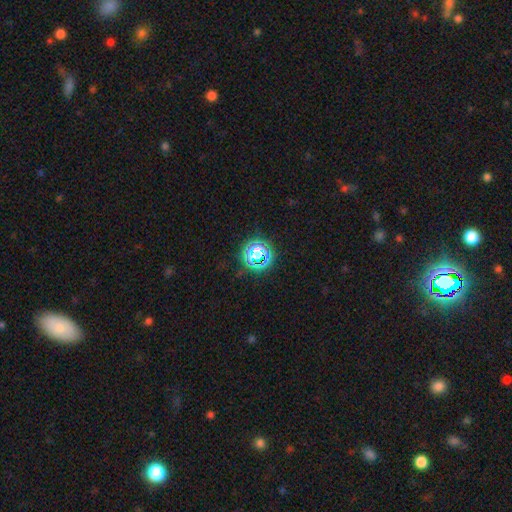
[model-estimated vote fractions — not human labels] smooth-or-featured: star or artifact: 70% | smooth: 21% | featured or disk: 9%